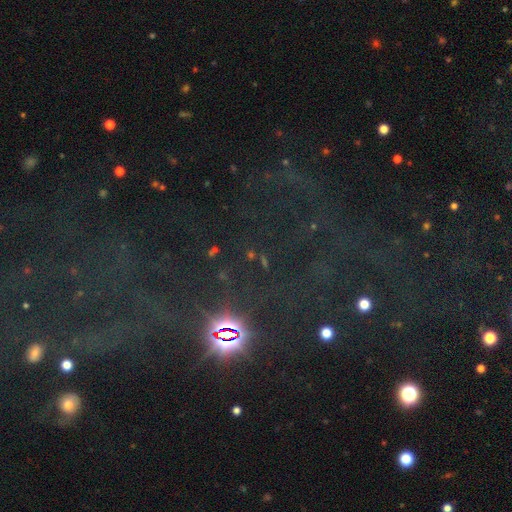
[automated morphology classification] Smooth or featured: star or artifact — 72% (smooth — 15%)